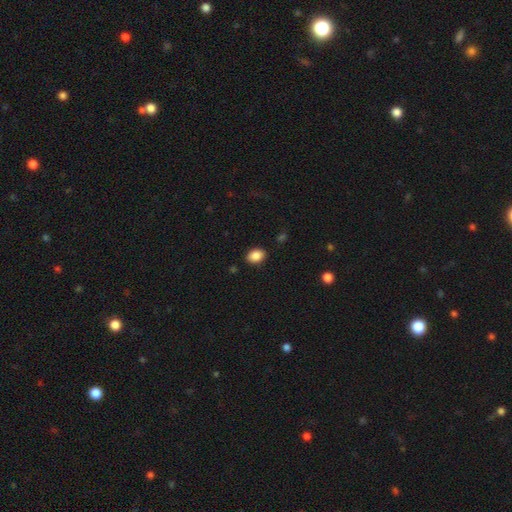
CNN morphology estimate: Q: Smooth or featured?
A: smooth (87%); runner-up: star or artifact (8%)
Q: How rounded?
A: in between (77%); runner-up: round (22%)
Q: Merging?
A: none (88%); runner-up: minor disturbance (9%)